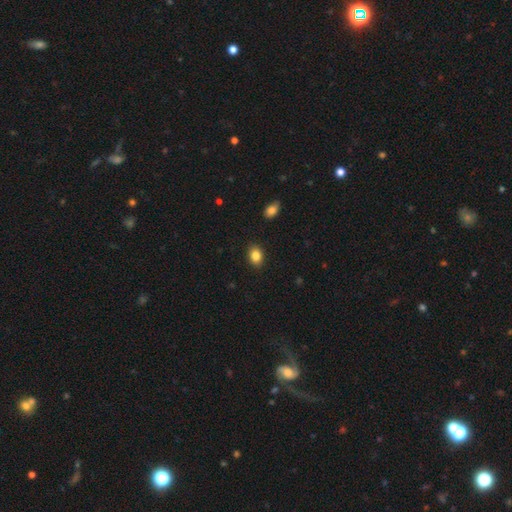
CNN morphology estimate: A smooth galaxy with no disk features (85%) that is in between round and cigar-shaped (74%).

Vote fractions:
- Smooth or featured? smooth: 85% / star or artifact: 9% / featured or disk: 6%
- How rounded? in between: 74% / round: 25% / cigar-shaped: 1%
- Merging? none: 88% / minor disturbance: 9% / major disturbance: 2% / merger: 1%